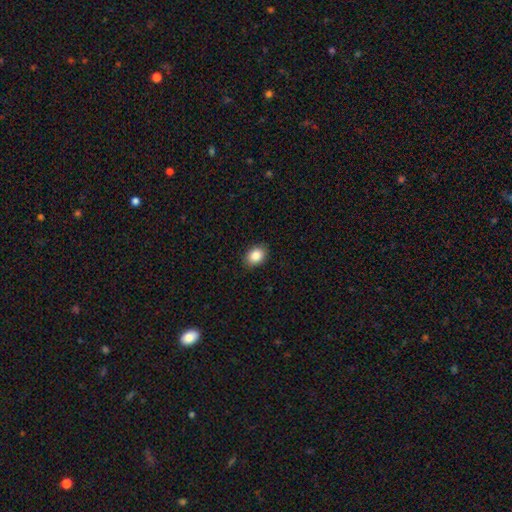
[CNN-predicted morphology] A smooth galaxy with no disk features (86%) that is in between round and cigar-shaped (75%). Merging: none (88%).